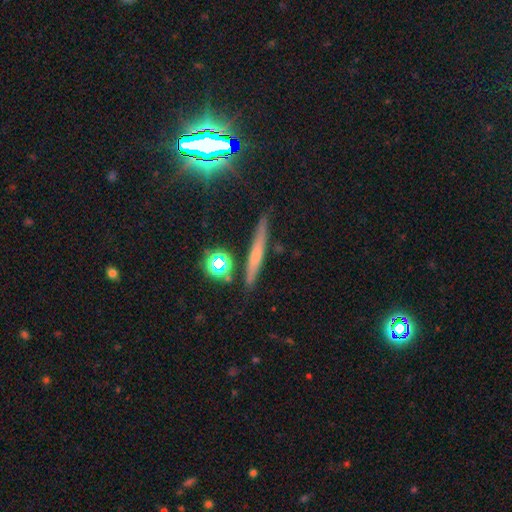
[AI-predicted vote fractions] Smooth or featured? smooth (44%)
Merging? none (85%)